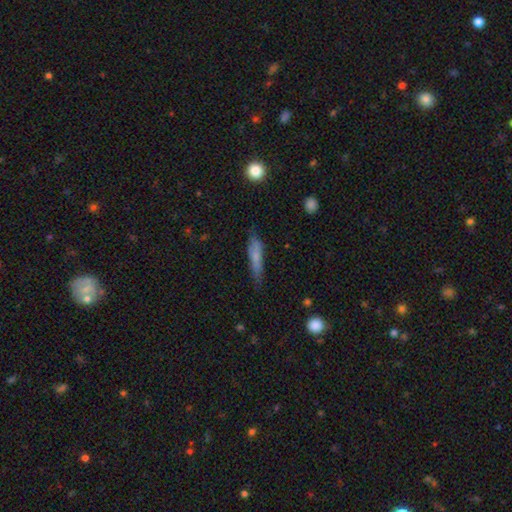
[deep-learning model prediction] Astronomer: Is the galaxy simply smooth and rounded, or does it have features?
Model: smooth — 68%.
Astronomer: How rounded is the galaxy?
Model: cigar-shaped — 79%.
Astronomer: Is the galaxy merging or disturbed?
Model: none — 66%.